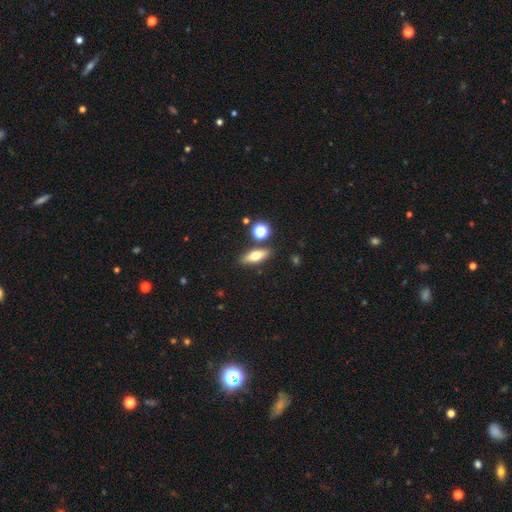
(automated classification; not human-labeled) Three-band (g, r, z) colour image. It shows a smooth galaxy with no disk features (62%) that is in between round and cigar-shaped (58%). Merging: none (81%).